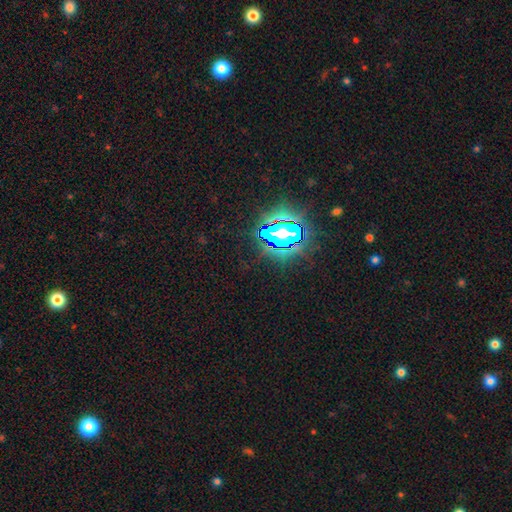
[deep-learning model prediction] Overall: star or artifact (83%).